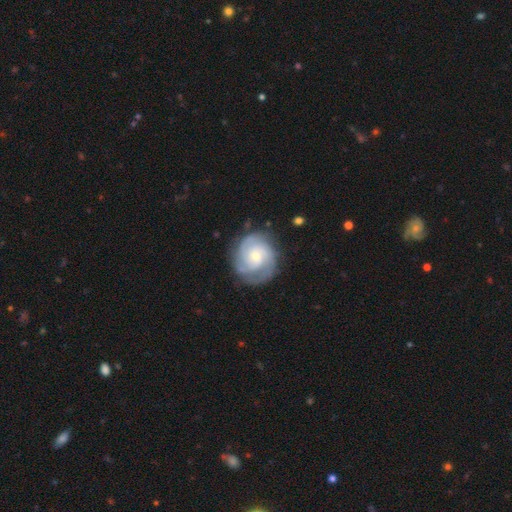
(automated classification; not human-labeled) smooth-or-featured: featured or disk: 81% | smooth: 14% | star or artifact: 5%
  disk-edge-on: no: 98% | yes: 2%
    bar: no: 72% | weak: 25% | strong: 4%
    has-spiral-arms: yes: 95% | no: 5%
      spiral-winding: tight: 56% | medium: 36% | loose: 8%
      spiral-arm-count: 2: 34% | 3: 30% | can't tell: 20% | 4: 6% | 1: 5% | more than 4: 4%
    bulge-size: small: 62% | moderate: 33% | large: 2% | none: 1% | dominant: 1%
  merging: none: 75% | minor disturbance: 17% | major disturbance: 7% | merger: 1%